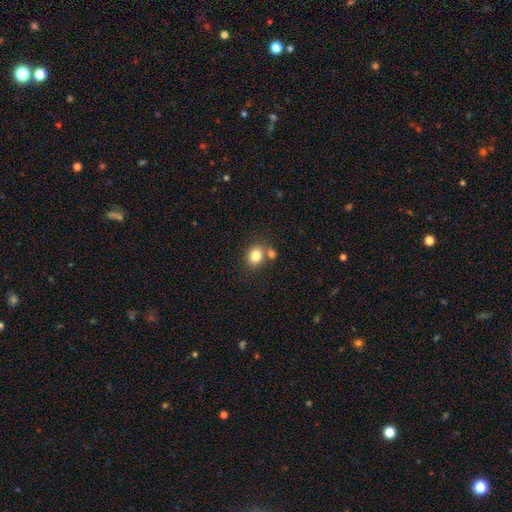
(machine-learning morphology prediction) smooth_or_featured: smooth (p=0.81) [alt: star or artifact p=0.10]
how_rounded: round (p=0.58) [alt: in between p=0.41]
merging: none (p=0.64) [alt: merger p=0.22]